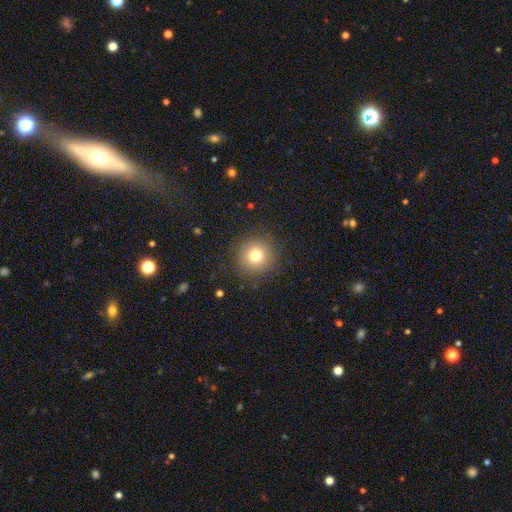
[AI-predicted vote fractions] This is likely a smooth galaxy (77%). How rounded: clearly round (94%). Merging: clearly none (89%).